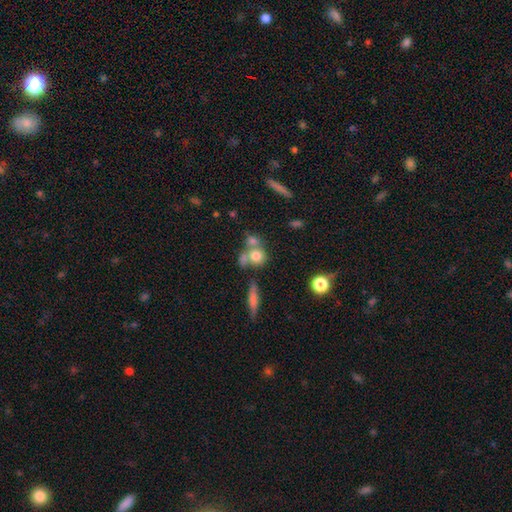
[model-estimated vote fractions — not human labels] The model was most divided on "merging": none: 43%, merger: 42%, minor disturbance: 10%, major disturbance: 6%. More confident: how rounded — round (77%); smooth or featured — smooth (73%).